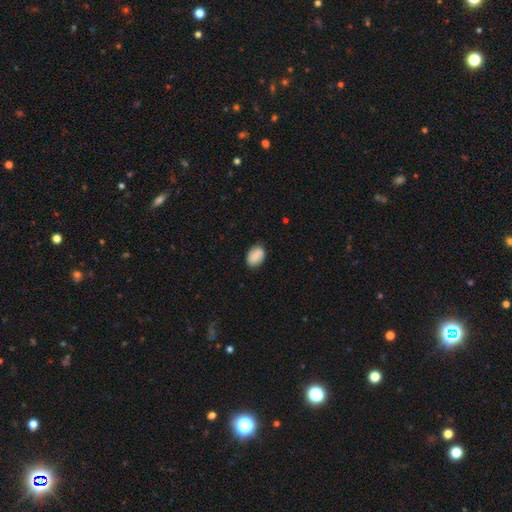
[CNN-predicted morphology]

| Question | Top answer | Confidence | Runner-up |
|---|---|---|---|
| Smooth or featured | smooth | 86% | star or artifact (7%) |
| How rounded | in between | 82% | round (17%) |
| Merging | none | 82% | minor disturbance (14%) |